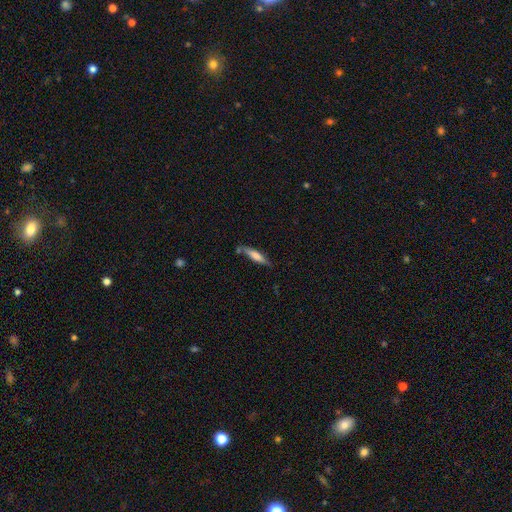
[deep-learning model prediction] The model was most divided on "smooth or featured": smooth: 63%, featured or disk: 31%, star or artifact: 6%. More confident: how rounded — cigar-shaped (82%); merging — none (69%).